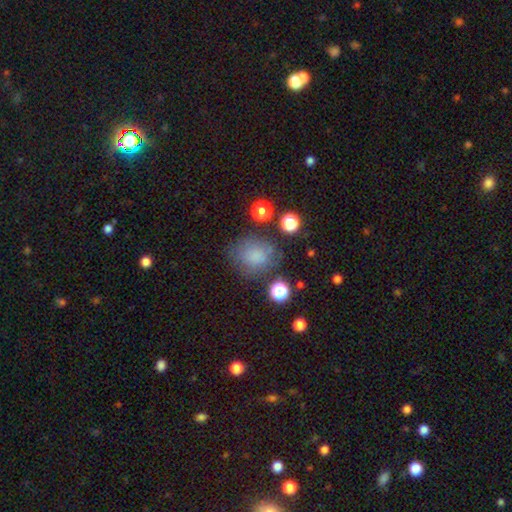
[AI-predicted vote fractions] Overall: smooth (76%). How rounded: round (67%; in between 31%). Merging: none (67%).